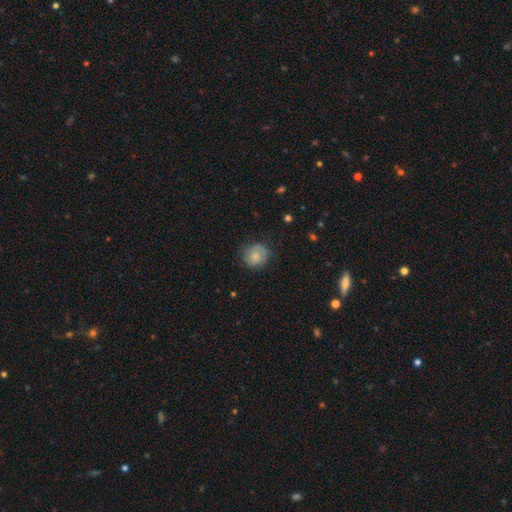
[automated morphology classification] Smooth or featured: smooth — 67% (featured or disk — 25%)
How rounded: round — 82% (in between — 17%)
Merging: none — 73% (minor disturbance — 20%)